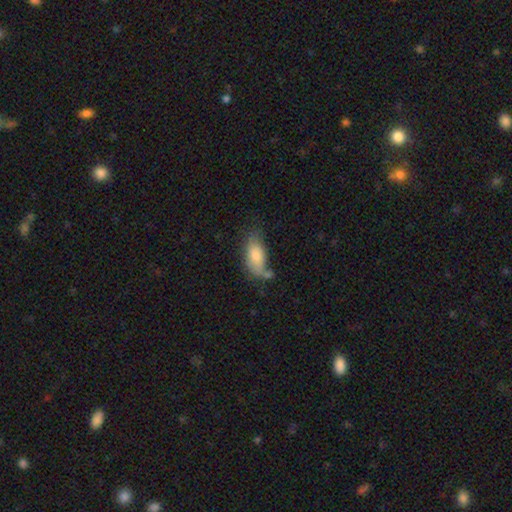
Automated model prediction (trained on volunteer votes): Q: Smooth or featured?
A: smooth (77%); runner-up: featured or disk (15%)
Q: How rounded?
A: in between (85%); runner-up: cigar-shaped (11%)
Q: Merging?
A: none (48%); runner-up: minor disturbance (28%)